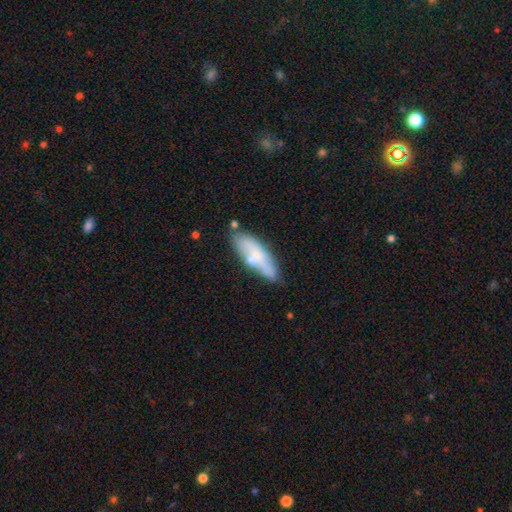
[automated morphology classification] smooth 60%, featured or disk 33%, star or artifact 7%. Down the decision tree: how rounded — in between (54%); merging — none (63%).